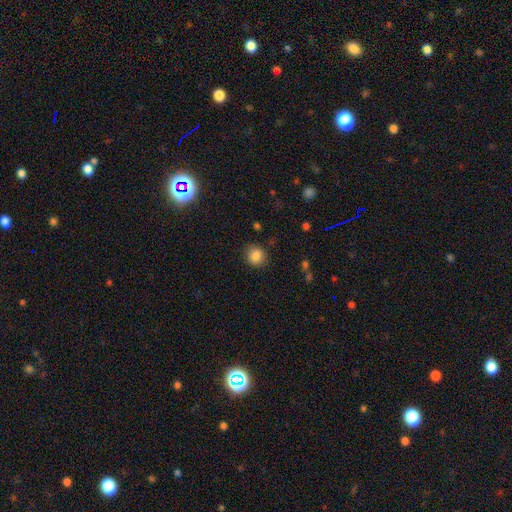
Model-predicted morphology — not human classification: Smooth or featured? smooth (84%)
How rounded? round (84%)
Merging? none (87%)